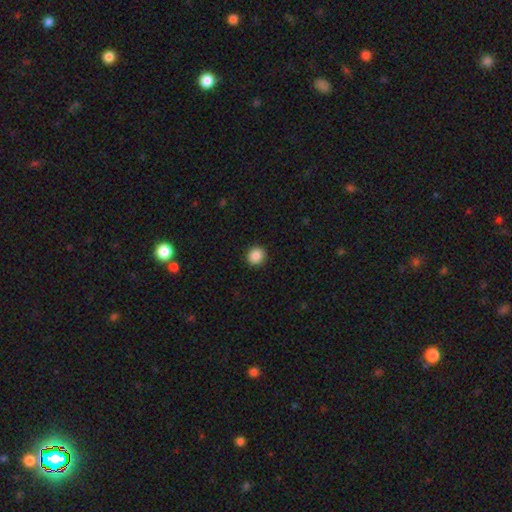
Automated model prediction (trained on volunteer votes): This is clearly a smooth galaxy (88%). How rounded: clearly round (89%). Merging: clearly none (92%).